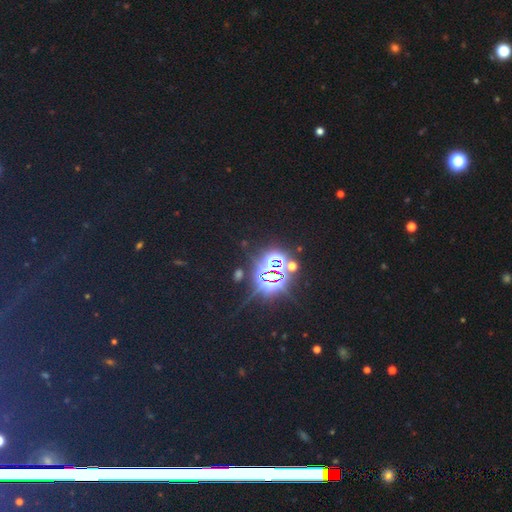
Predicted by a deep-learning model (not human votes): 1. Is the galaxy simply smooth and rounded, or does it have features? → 77% star or artifact, 15% smooth, 8% featured or disk.